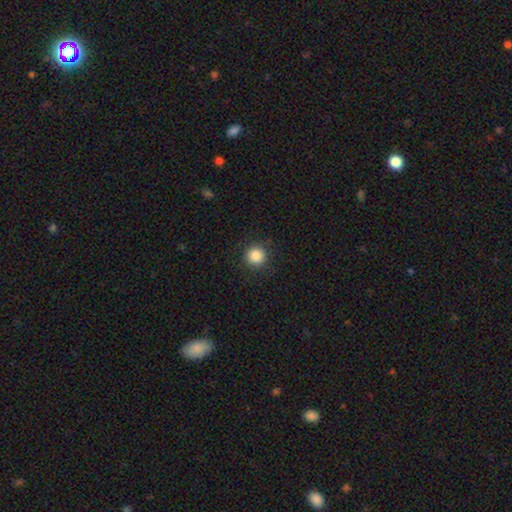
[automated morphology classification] Smooth or featured? smooth (87%)
How rounded? round (96%)
Merging? none (91%)